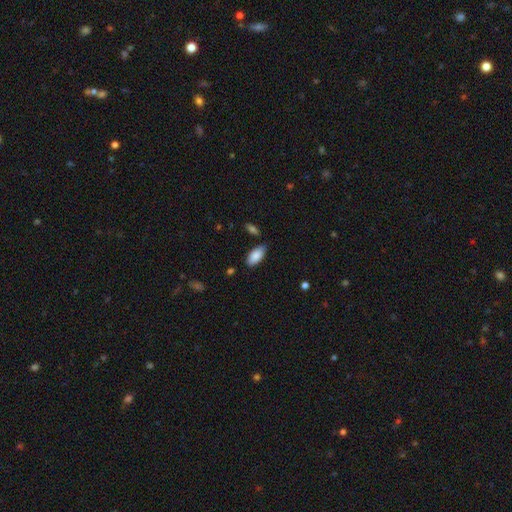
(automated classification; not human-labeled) Smooth or featured?
  - smooth: 87% *
  - featured or disk: 7%
  - star or artifact: 6%
How rounded?
  - in between: 91% *
  - cigar-shaped: 7%
  - round: 2%
Merging?
  - none: 79% *
  - minor disturbance: 15%
  - merger: 3%
  - major disturbance: 3%